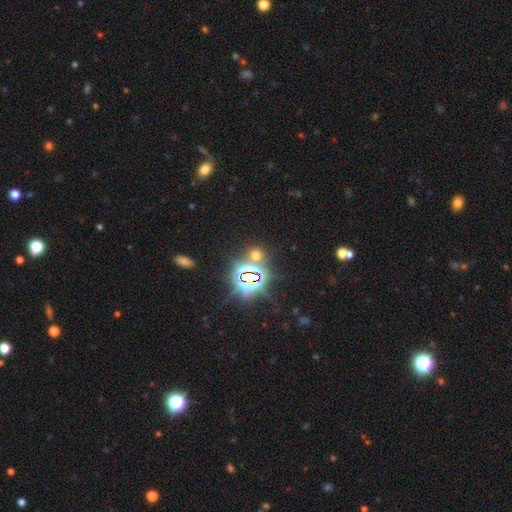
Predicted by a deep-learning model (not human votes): Overall: star or artifact (58%; smooth 35%).